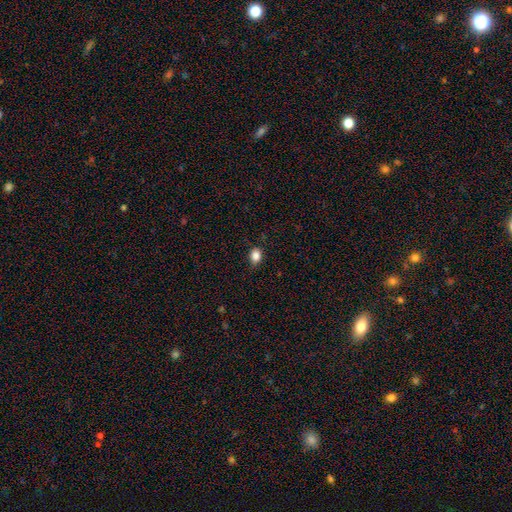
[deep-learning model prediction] This appears to be a smooth galaxy with no disk features (85%) that is in between round and cigar-shaped (55%). Merging: none (75%).